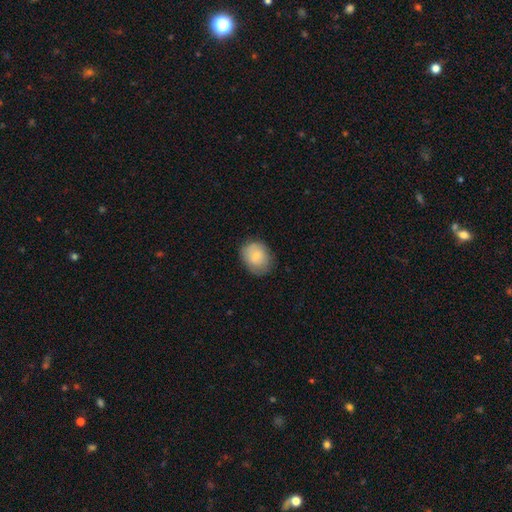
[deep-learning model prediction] This appears to be a smooth galaxy with no disk features (78%) that is round (58%). Merging: none (76%).